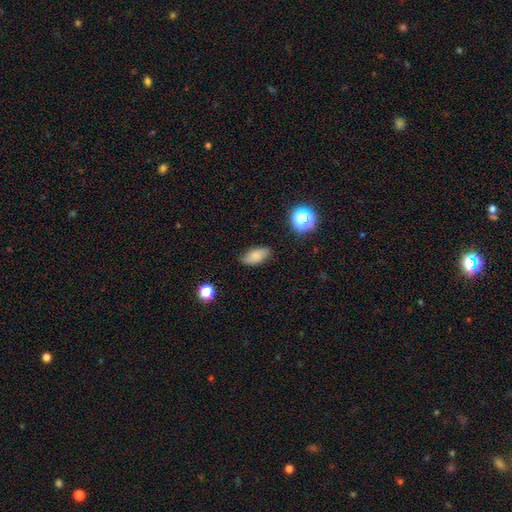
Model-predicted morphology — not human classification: Smooth or featured: smooth — 79% (featured or disk — 11%)
How rounded: in between — 89% (cigar-shaped — 6%)
Merging: none — 78% (minor disturbance — 17%)